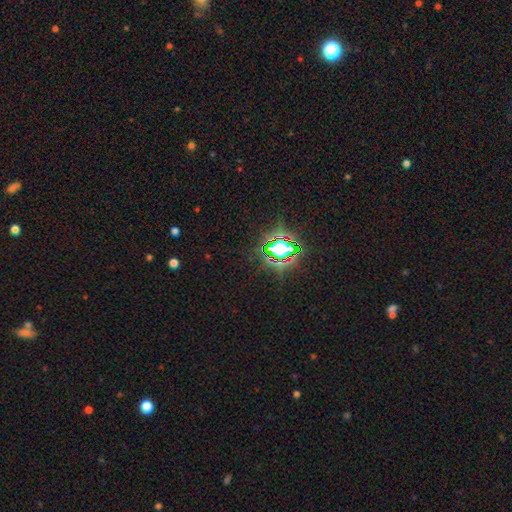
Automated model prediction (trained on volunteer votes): Morphology: type=star or artifact (82%).